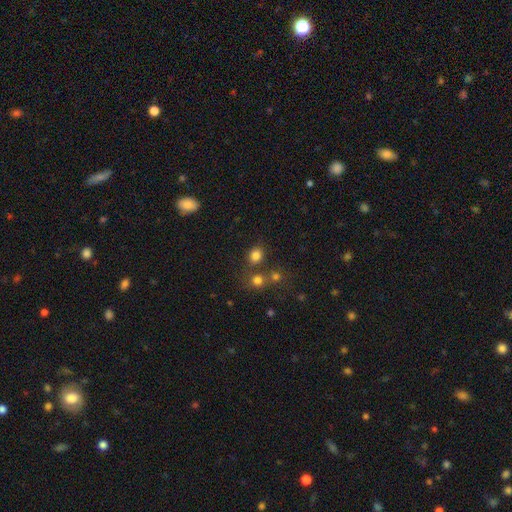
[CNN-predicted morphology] A smooth galaxy with no disk features (80%) that is round (66%).

Vote fractions:
- Smooth or featured? smooth: 80% / star or artifact: 15% / featured or disk: 5%
- How rounded? round: 66% / in between: 33% / cigar-shaped: 1%
- Merging? none: 67% / merger: 19% / minor disturbance: 10% / major disturbance: 5%